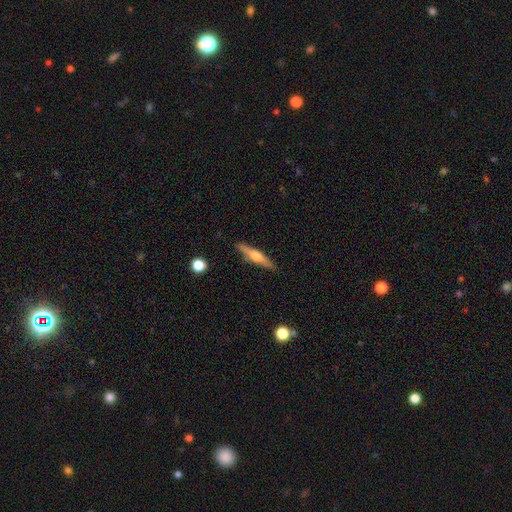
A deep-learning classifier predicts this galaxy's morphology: The model was most divided on "smooth or featured": featured or disk: 60%, smooth: 34%, star or artifact: 6%. More confident: edge-on disk — yes (96%); merging — none (89%); edge-on bulge — rounded (88%).